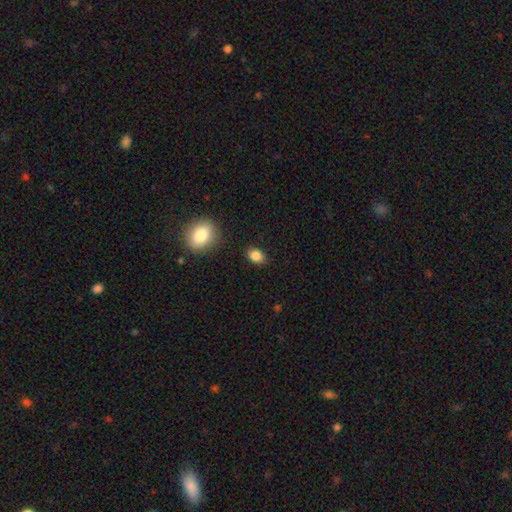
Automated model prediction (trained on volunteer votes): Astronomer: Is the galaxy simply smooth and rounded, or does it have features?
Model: smooth — 85%.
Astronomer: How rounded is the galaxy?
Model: in between — 71%.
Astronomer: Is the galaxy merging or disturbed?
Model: none — 83%.